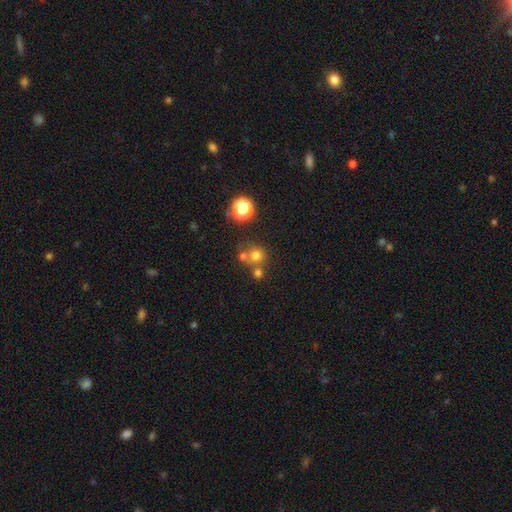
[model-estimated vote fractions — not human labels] Smooth or featured: smooth — 69% (star or artifact — 20%)
How rounded: round — 88% (in between — 11%)
Merging: none — 57% (merger — 31%)